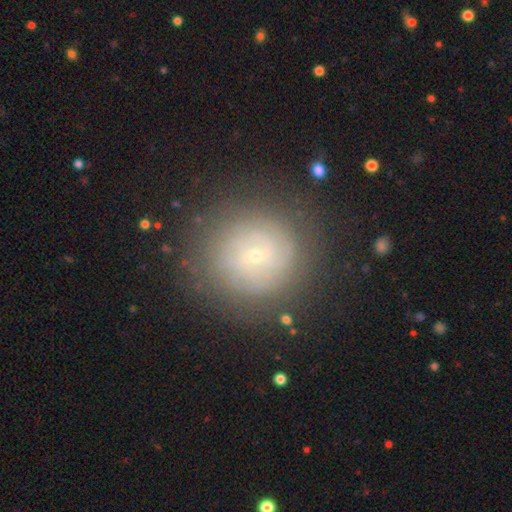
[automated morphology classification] Smooth or featured? Predicted: featured or disk (p=0.54). Edge-on disk? Predicted: no (p=0.96). Bar? Predicted: no (p=0.63). Spiral arms? Predicted: yes (p=0.68). Bulge size? Predicted: small (p=0.82). Merging? Predicted: none (p=0.81).